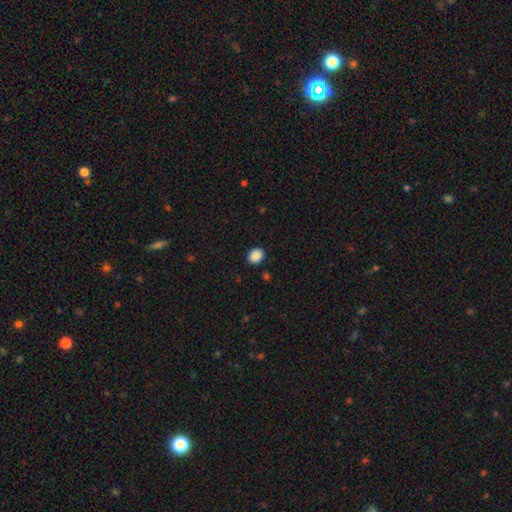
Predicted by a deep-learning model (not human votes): smooth_or_featured: smooth (p=0.89) [alt: star or artifact p=0.09]
how_rounded: in between (p=0.52) [alt: round p=0.47]
merging: none (p=0.89) [alt: minor disturbance p=0.07]